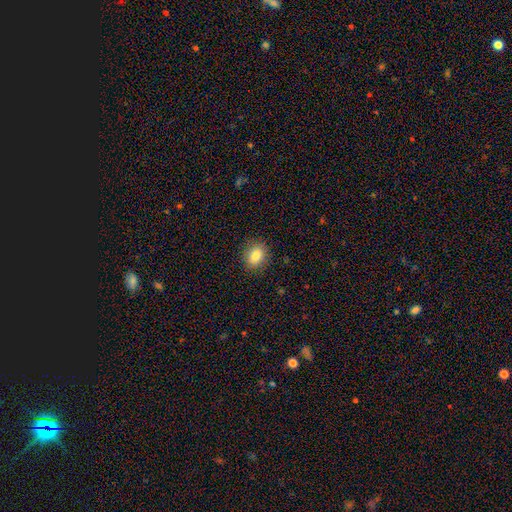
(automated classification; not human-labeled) Smooth or featured? smooth (84%)
How rounded? in between (50%)
Merging? none (87%)